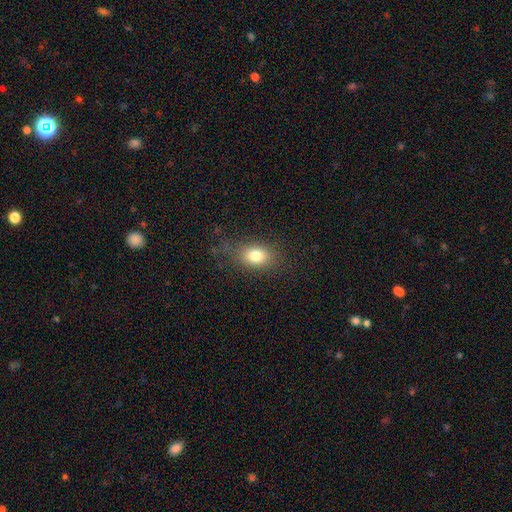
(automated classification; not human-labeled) This appears to be a smooth galaxy with no disk features (80%) that is in between round and cigar-shaped (73%). Merging: none (76%).